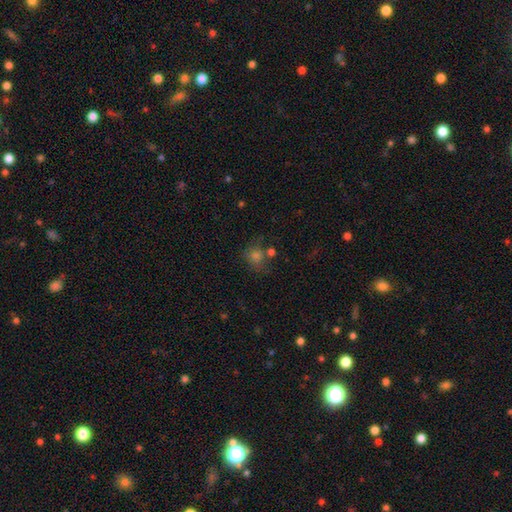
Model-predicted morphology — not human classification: Smooth or featured? Predicted: smooth (p=0.63). How rounded? Predicted: round (p=0.74). Merging? Predicted: none (p=0.54).